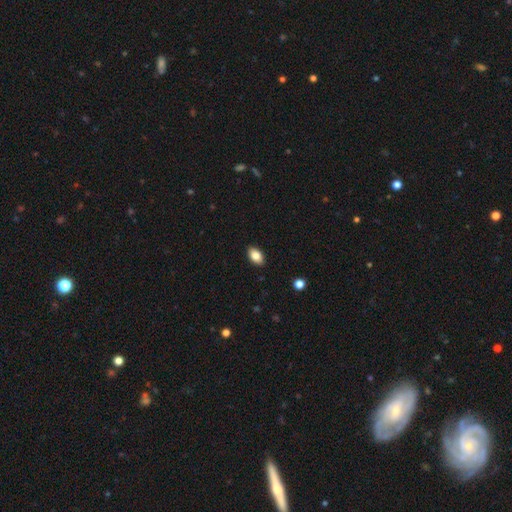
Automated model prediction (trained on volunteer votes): This appears to be a smooth galaxy with no disk features (84%) that is in between round and cigar-shaped (91%). Merging: none (89%).